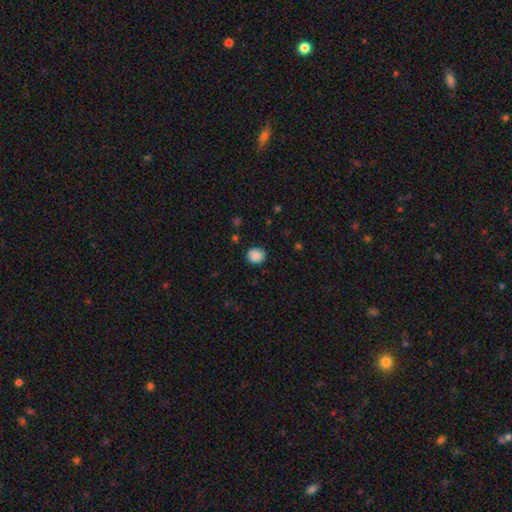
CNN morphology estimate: The model was most divided on "how rounded": round: 80%, in between: 19%, cigar-shaped: 1%. More confident: smooth or featured — smooth (88%); merging — none (88%).